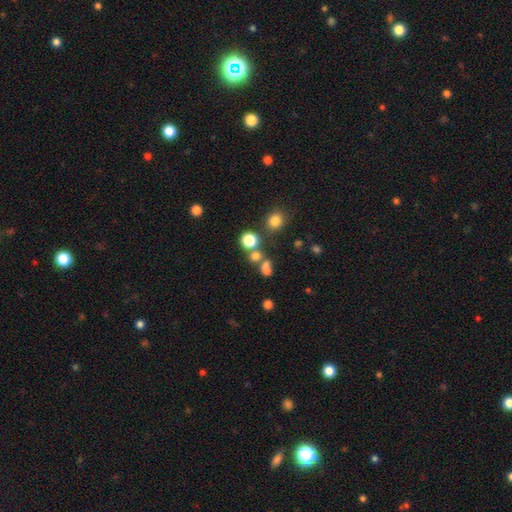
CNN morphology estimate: A smooth galaxy with no disk features (47%).

Vote fractions:
- Smooth or featured? smooth: 47% / star or artifact: 42% / featured or disk: 11%
- Merging? none: 68% / merger: 20% / minor disturbance: 7% / major disturbance: 4%